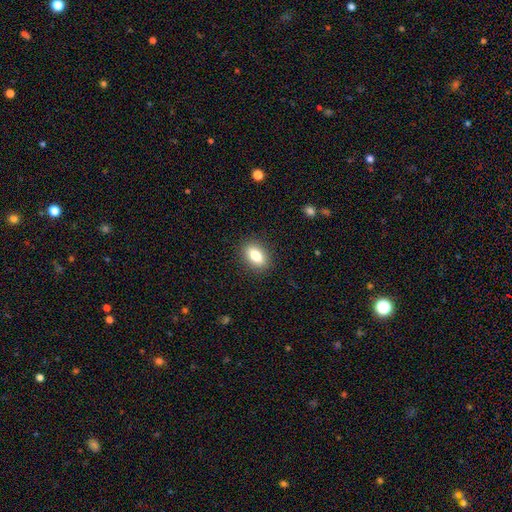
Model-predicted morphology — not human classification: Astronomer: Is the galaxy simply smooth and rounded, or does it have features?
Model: smooth — 82%.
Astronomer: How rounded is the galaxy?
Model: in between — 86%.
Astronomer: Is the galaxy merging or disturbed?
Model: none — 88%.